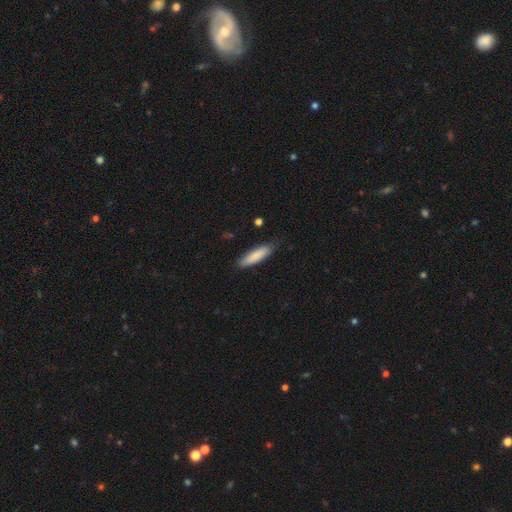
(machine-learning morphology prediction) Overall: smooth (83%). How rounded: cigar-shaped (68%; in between 31%). Merging: none (80%).